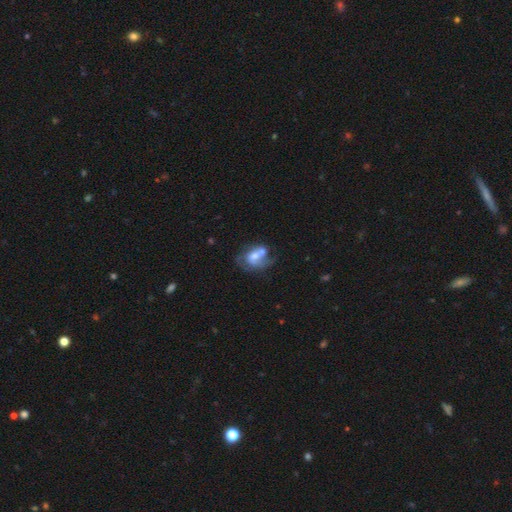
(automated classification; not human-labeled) smooth-or-featured: featured or disk: 51% | smooth: 40% | star or artifact: 8%
  disk-edge-on: no: 97% | yes: 3%
  merging: merger: 50% | none: 21% | major disturbance: 15% | minor disturbance: 14%